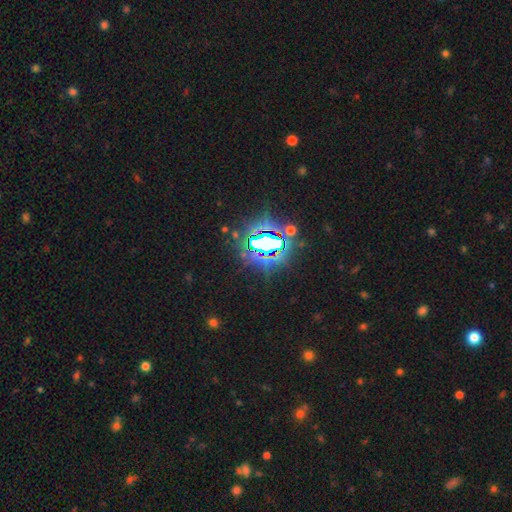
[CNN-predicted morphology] smooth-or-featured: star or artifact: 85% | smooth: 9% | featured or disk: 6%